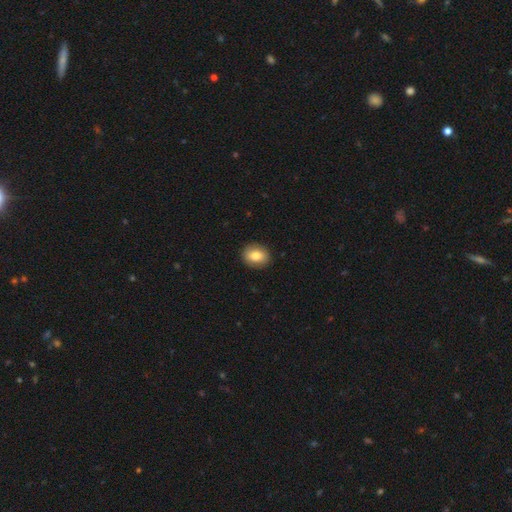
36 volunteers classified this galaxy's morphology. type=smooth (89%); roundness=round (62%); merging=none (86%).